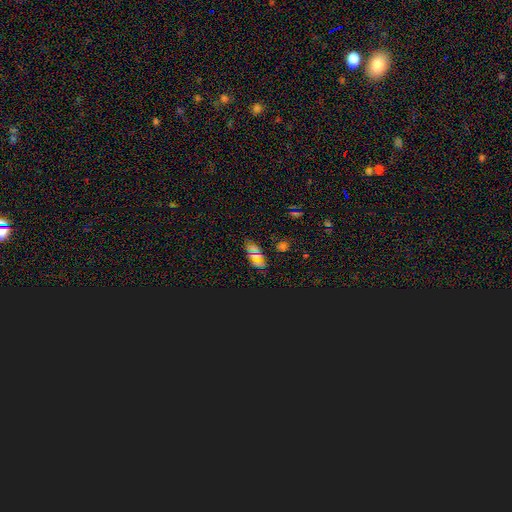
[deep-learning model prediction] smooth-or-featured: star or artifact: 50% | smooth: 39% | featured or disk: 10%